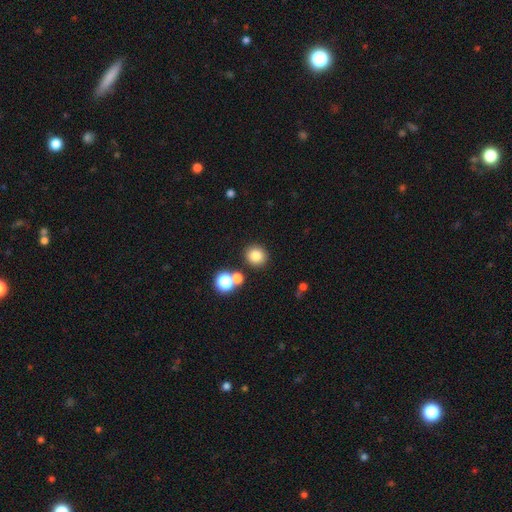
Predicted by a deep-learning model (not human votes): A smooth galaxy with no disk features (80%) that is round (91%). Merging: none (83%).